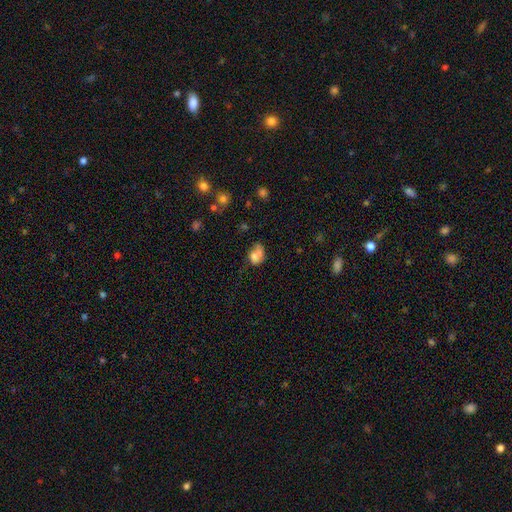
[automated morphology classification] A smooth galaxy with no disk features (69%) that is in between round and cigar-shaped (61%). Merging: merger (32%).